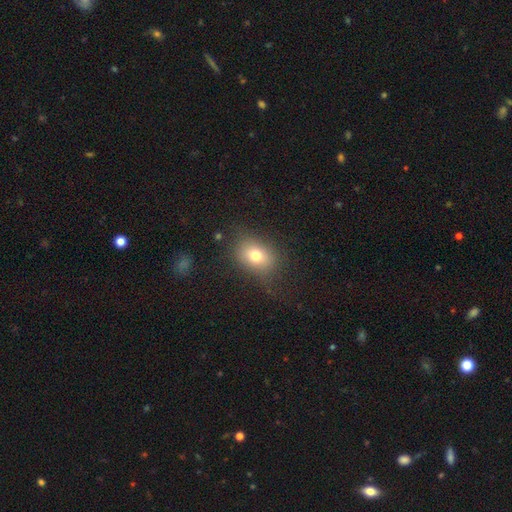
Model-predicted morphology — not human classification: Smooth or featured?
  - smooth: 74% *
  - featured or disk: 14%
  - star or artifact: 12%
How rounded?
  - in between: 65% *
  - round: 34%
  - cigar-shaped: 1%
Merging?
  - none: 66% *
  - minor disturbance: 20%
  - major disturbance: 12%
  - merger: 2%